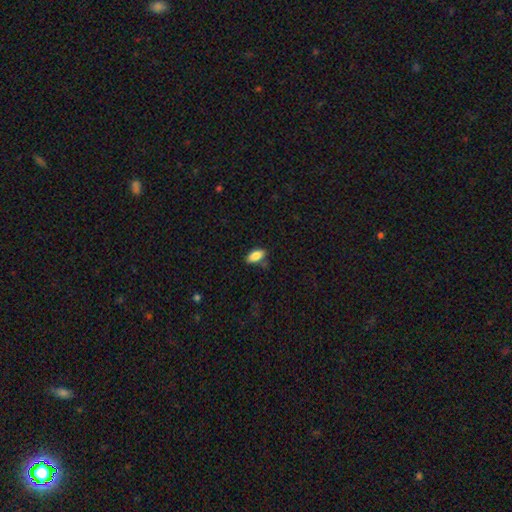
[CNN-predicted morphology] A smooth galaxy with no disk features (83%) that is in between round and cigar-shaped (90%).

Vote fractions:
- Smooth or featured? smooth: 83% / featured or disk: 10% / star or artifact: 7%
- How rounded? in between: 90% / cigar-shaped: 7% / round: 3%
- Merging? none: 77% / minor disturbance: 16% / merger: 4% / major disturbance: 3%